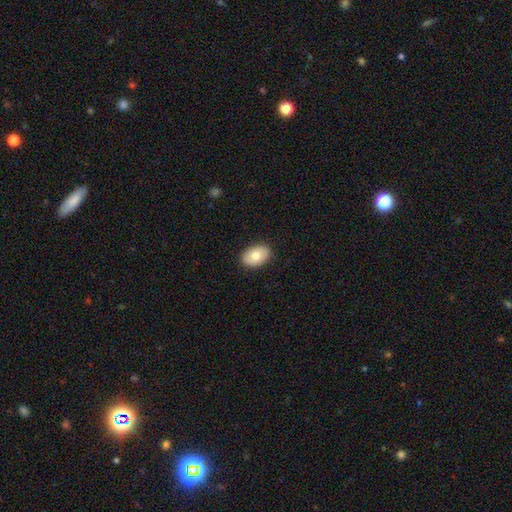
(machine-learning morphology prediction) Smooth or featured? Predicted: smooth (p=0.78). How rounded? Predicted: in between (p=0.86). Merging? Predicted: none (p=0.88).